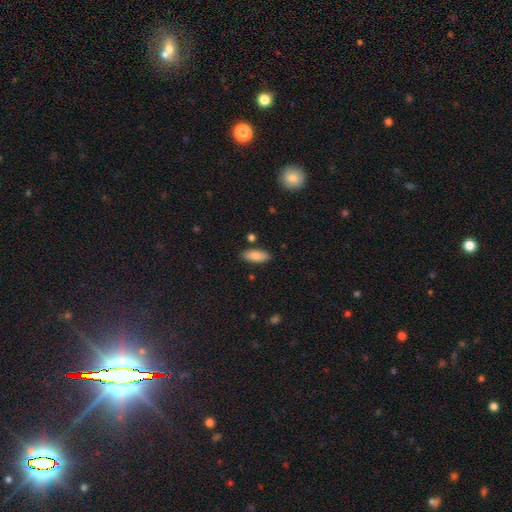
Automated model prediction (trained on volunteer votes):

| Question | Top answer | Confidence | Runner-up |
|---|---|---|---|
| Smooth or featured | smooth | 86% | featured or disk (8%) |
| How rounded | in between | 80% | cigar-shaped (18%) |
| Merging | none | 85% | minor disturbance (10%) |